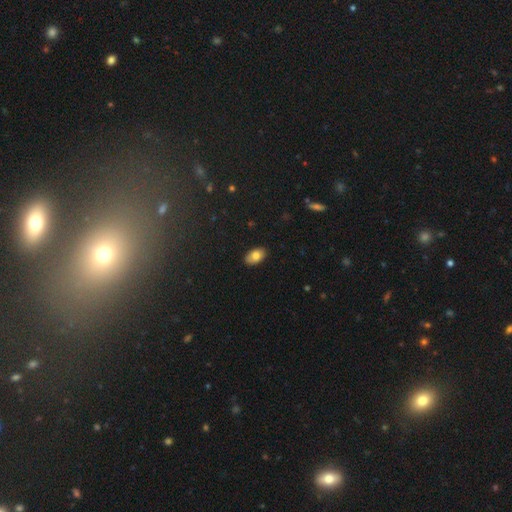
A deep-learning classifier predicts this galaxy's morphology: A smooth galaxy with no disk features (77%) that is in between round and cigar-shaped (93%).

Vote fractions:
- Smooth or featured? smooth: 77% / featured or disk: 15% / star or artifact: 7%
- How rounded? in between: 93% / round: 6% / cigar-shaped: 2%
- Merging? none: 87% / minor disturbance: 10% / major disturbance: 2% / merger: 1%